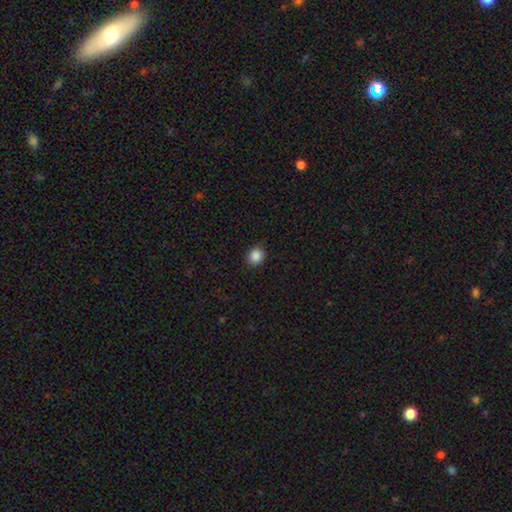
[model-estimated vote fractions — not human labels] smooth_or_featured: smooth (p=0.87) [alt: star or artifact p=0.10]
how_rounded: round (p=0.79) [alt: in between p=0.20]
merging: none (p=0.88) [alt: minor disturbance p=0.09]